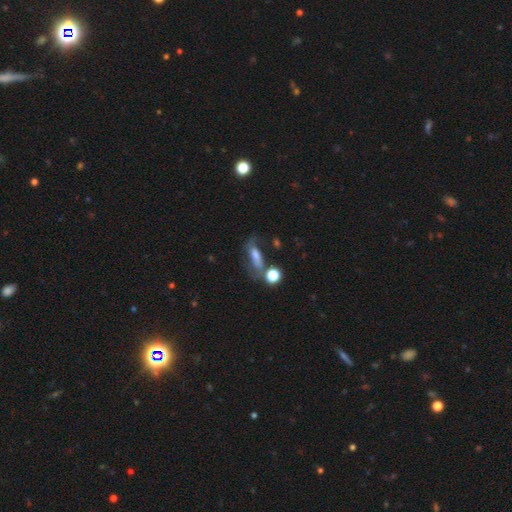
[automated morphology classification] type=featured or disk (43%); merging=none (52%).